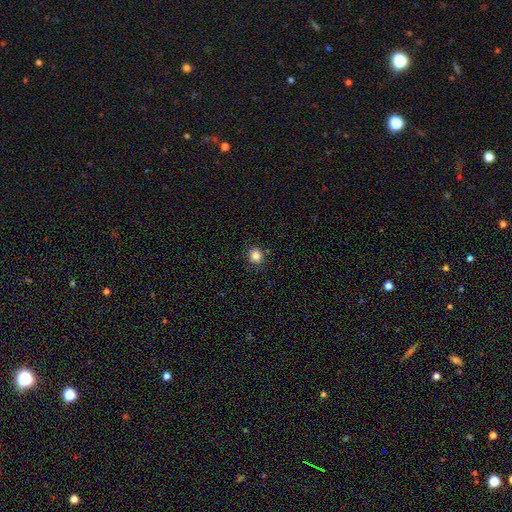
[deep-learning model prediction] This appears to be a smooth galaxy with no disk features (84%) that is round (89%). Merging: none (89%).